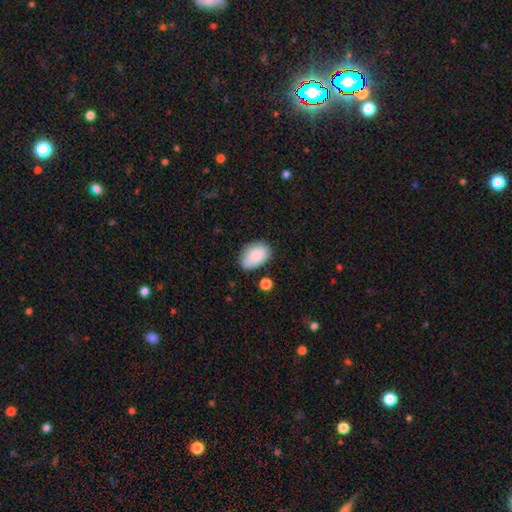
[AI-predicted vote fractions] Morphology: type=smooth (85%); roundness=in between (89%); merging=none (69%).